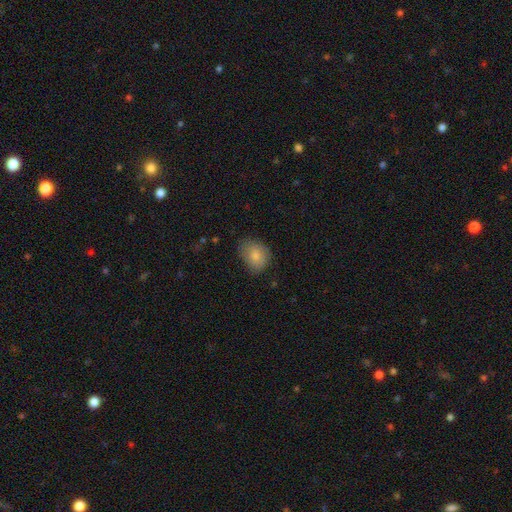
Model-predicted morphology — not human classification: The model was most divided on "how rounded": in between: 62%, round: 37%, cigar-shaped: 1%. More confident: smooth or featured — smooth (82%); merging — none (66%).